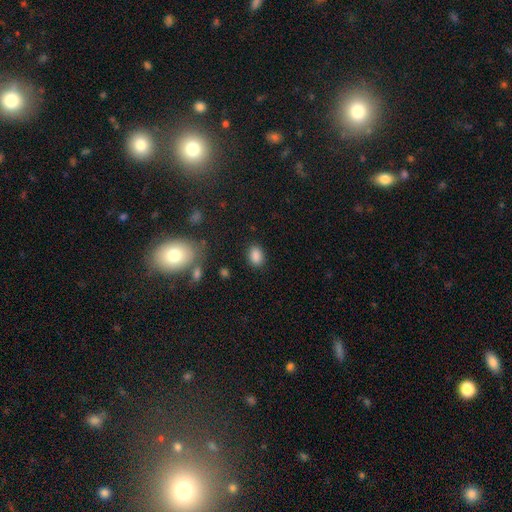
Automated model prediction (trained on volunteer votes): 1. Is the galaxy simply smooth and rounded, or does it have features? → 86% smooth, 10% star or artifact, 4% featured or disk.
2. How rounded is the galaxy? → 75% in between, 24% round, 1% cigar-shaped.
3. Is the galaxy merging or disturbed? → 84% none, 11% minor disturbance, 3% major disturbance, 2% merger.